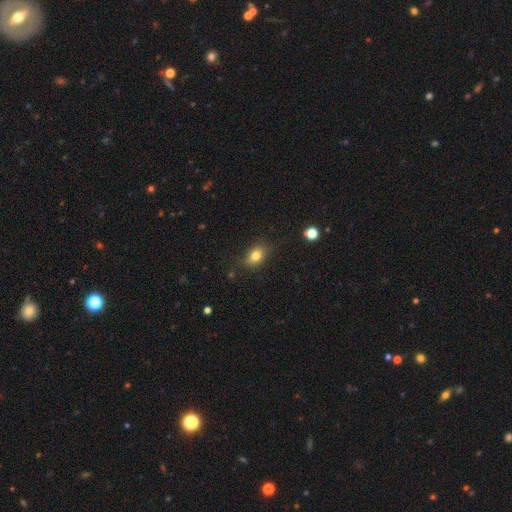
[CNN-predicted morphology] Q: Smooth or featured?
A: smooth (80%); runner-up: star or artifact (11%)
Q: How rounded?
A: in between (76%); runner-up: round (22%)
Q: Merging?
A: none (82%); runner-up: minor disturbance (14%)